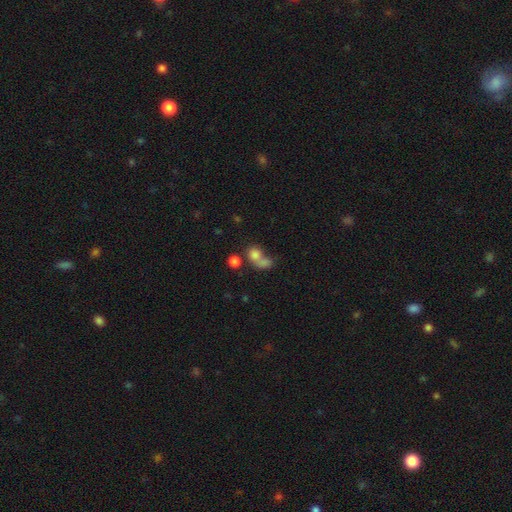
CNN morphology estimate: Smooth or featured? smooth (75%)
How rounded? round (66%)
Merging? merger (51%)